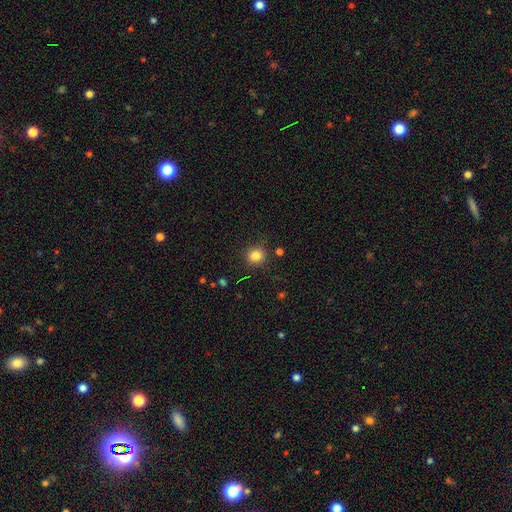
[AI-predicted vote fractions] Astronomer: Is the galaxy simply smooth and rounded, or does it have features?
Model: smooth — 82%.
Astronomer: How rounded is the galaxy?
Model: round — 91%.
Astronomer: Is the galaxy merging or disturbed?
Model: none — 86%.